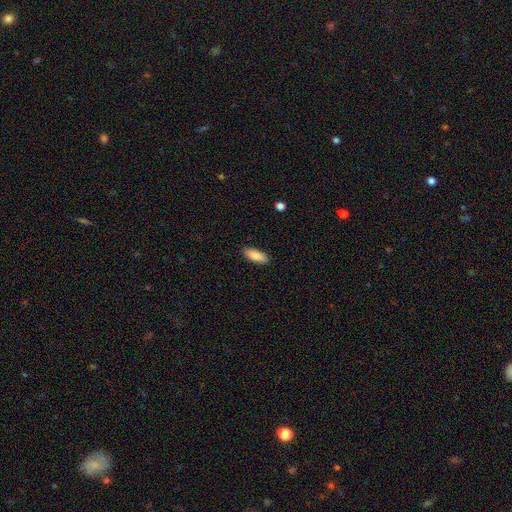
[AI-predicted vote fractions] Smooth or featured: smooth — 88% (star or artifact — 6%)
How rounded: in between — 75% (cigar-shaped — 24%)
Merging: none — 89% (minor disturbance — 8%)